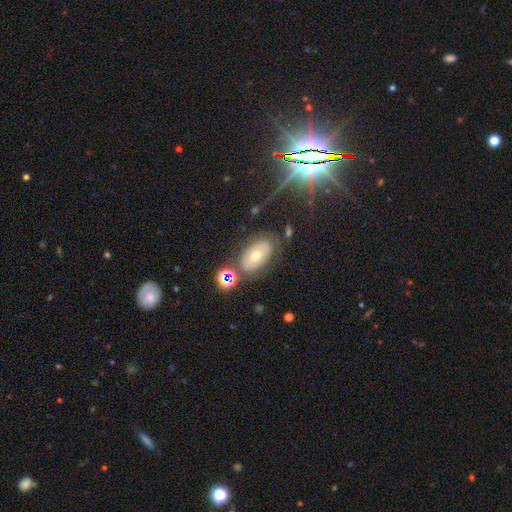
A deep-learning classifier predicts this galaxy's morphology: smooth-or-featured: smooth: 47% | featured or disk: 34% | star or artifact: 19%
  merging: none: 73% | minor disturbance: 15% | major disturbance: 6% | merger: 6%